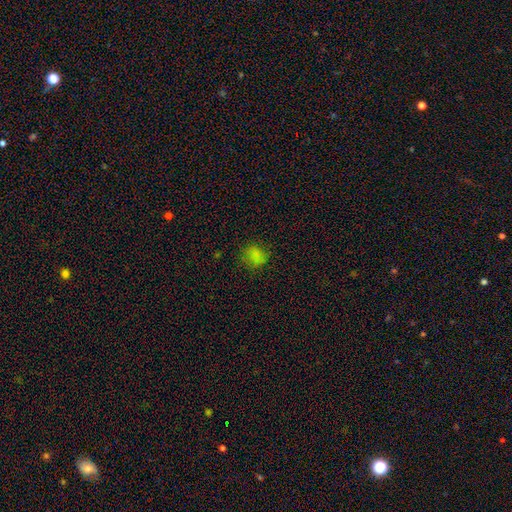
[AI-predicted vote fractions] Smooth or featured?
  - smooth: 76% *
  - star or artifact: 17%
  - featured or disk: 7%
How rounded?
  - round: 66% *
  - in between: 33%
  - cigar-shaped: 1%
Merging?
  - none: 74% *
  - minor disturbance: 18%
  - major disturbance: 7%
  - merger: 1%